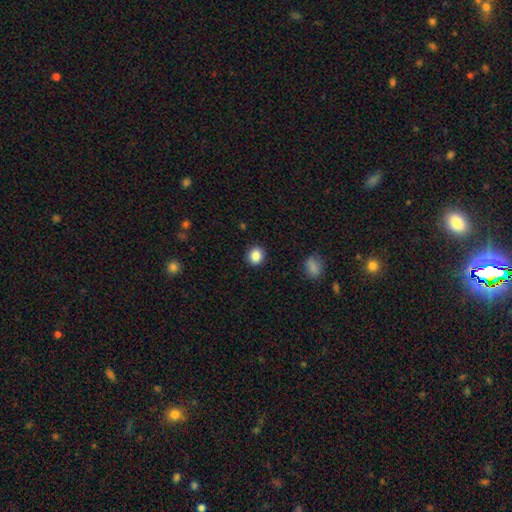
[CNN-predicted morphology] Smooth or featured? smooth (86%)
How rounded? round (84%)
Merging? none (91%)